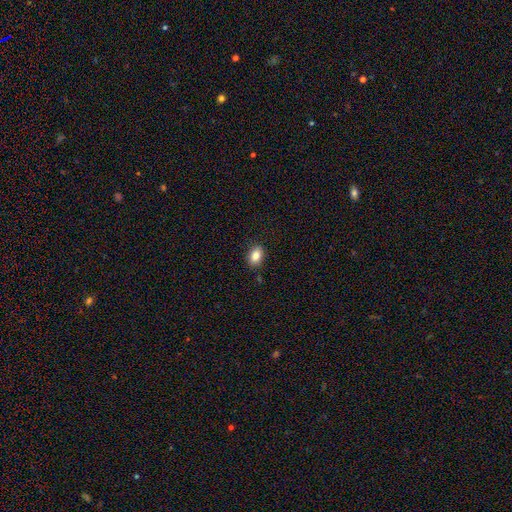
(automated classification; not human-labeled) A smooth galaxy with no disk features (84%) that is in between round and cigar-shaped (74%).

Vote fractions:
- Smooth or featured? smooth: 84% / star or artifact: 9% / featured or disk: 7%
- How rounded? in between: 74% / round: 25% / cigar-shaped: 1%
- Merging? none: 86% / minor disturbance: 10% / major disturbance: 2% / merger: 2%